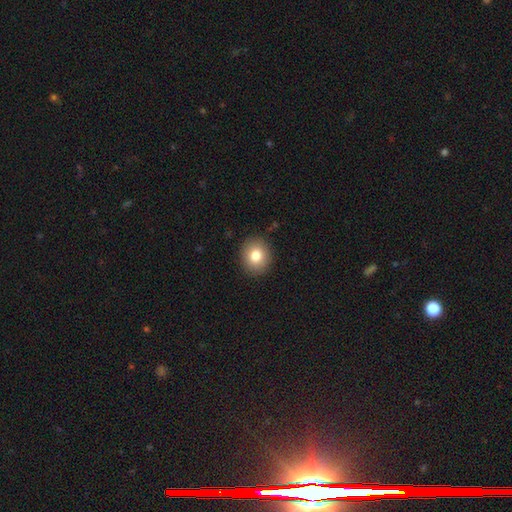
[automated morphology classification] This is clearly a smooth galaxy (81%). How rounded: likely round (77%). Merging: clearly none (90%).